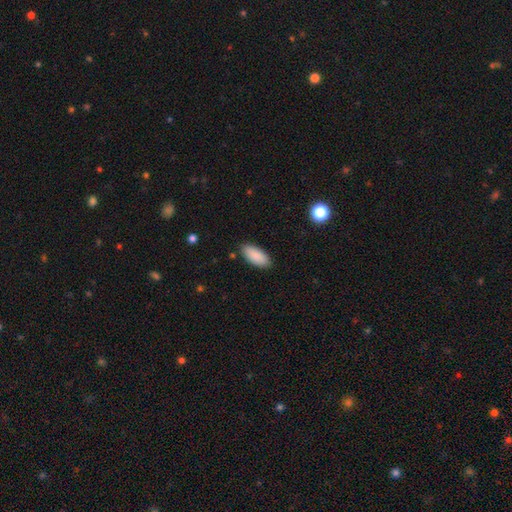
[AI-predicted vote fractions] Smooth or featured? Predicted: smooth (p=0.90). How rounded? Predicted: in between (p=0.89). Merging? Predicted: none (p=0.87).